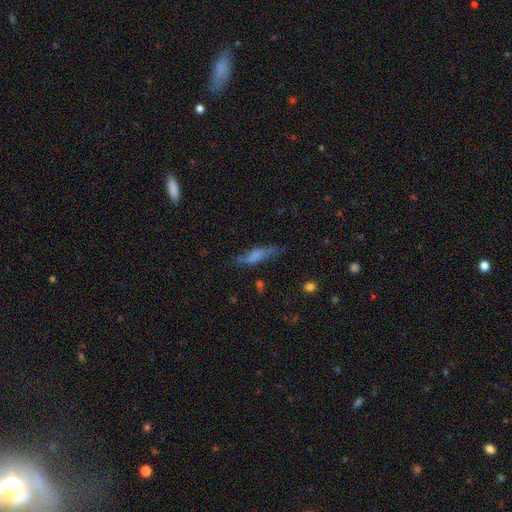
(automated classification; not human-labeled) A smooth galaxy with no disk features (64%) that is cigar-shaped (64%).

Vote fractions:
- Smooth or featured? smooth: 64% / featured or disk: 28% / star or artifact: 9%
- How rounded? cigar-shaped: 64% / in between: 34% / round: 2%
- Merging? none: 58% / minor disturbance: 26% / major disturbance: 11% / merger: 4%